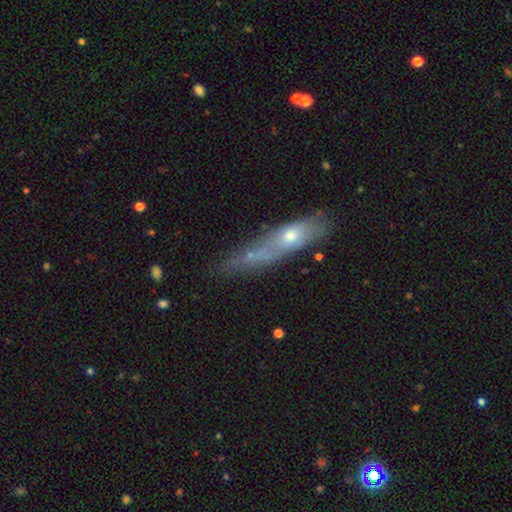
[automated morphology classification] smooth_or_featured: smooth (p=0.47) [alt: featured or disk p=0.44]
merging: none (p=0.49) [alt: minor disturbance p=0.27]